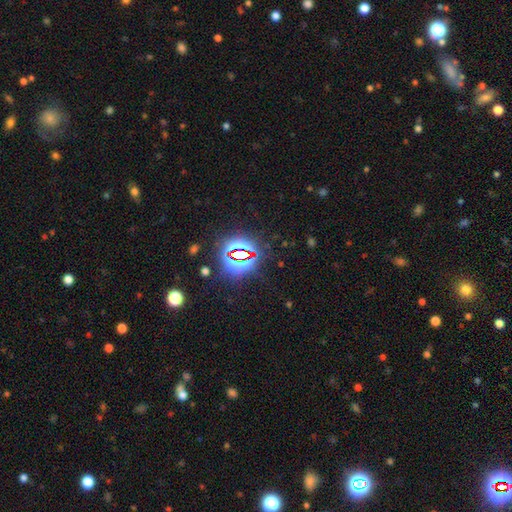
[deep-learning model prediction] Q: Smooth or featured?
A: star or artifact (80%); runner-up: smooth (12%)